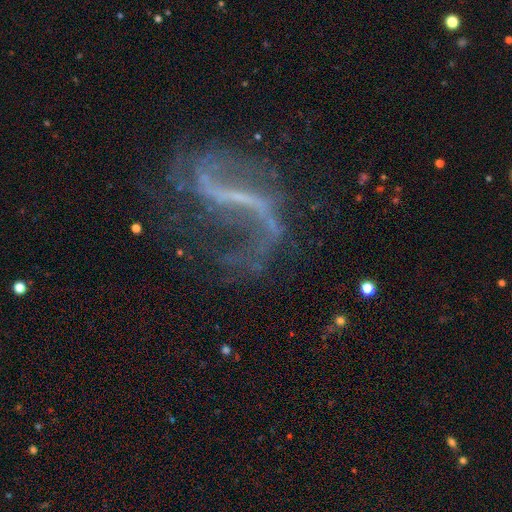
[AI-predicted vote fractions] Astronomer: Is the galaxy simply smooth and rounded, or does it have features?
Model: featured or disk — 86%.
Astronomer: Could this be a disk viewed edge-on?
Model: no — 96%.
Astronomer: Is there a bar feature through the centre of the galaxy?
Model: strong — 56%.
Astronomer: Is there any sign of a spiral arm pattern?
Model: yes — 89%.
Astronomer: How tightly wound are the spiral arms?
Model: loose — 84%.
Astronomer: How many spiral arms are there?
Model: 2 — 80%.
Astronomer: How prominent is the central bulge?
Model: none — 52% (runner-up: small, 40%).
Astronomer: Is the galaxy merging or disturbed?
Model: none — 54%.